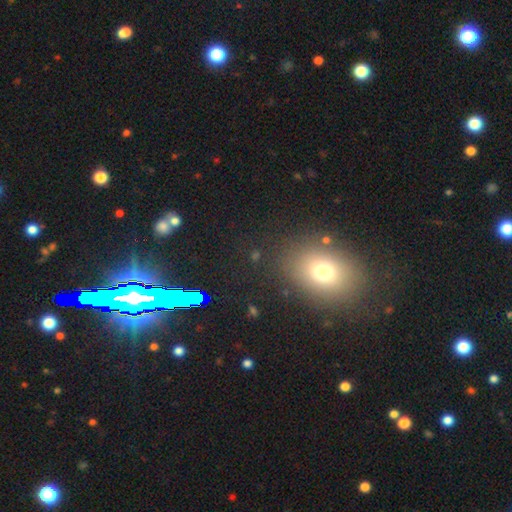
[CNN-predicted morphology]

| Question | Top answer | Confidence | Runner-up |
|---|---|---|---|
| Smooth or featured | smooth | 47% | star or artifact (42%) |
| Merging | none | 85% | minor disturbance (9%) |